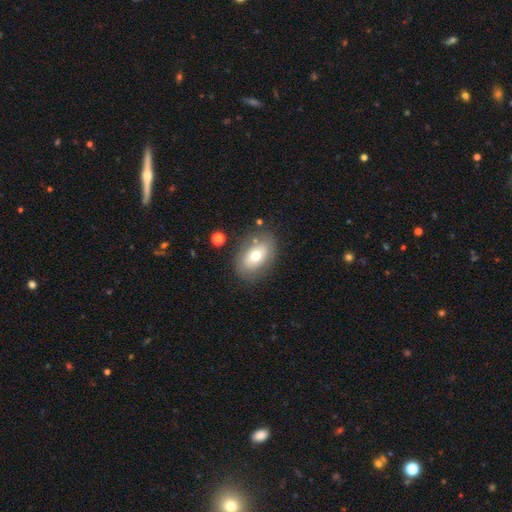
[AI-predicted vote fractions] Smooth or featured? Predicted: smooth (p=0.64). How rounded? Predicted: in between (p=0.85). Merging? Predicted: none (p=0.78).